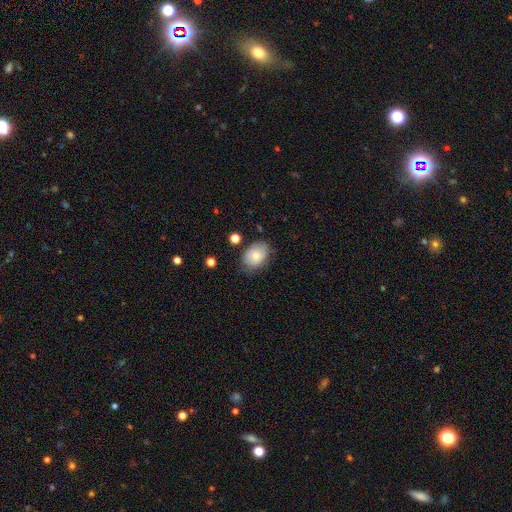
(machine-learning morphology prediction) smooth_or_featured: smooth (p=0.77) [alt: featured or disk p=0.16]
how_rounded: in between (p=0.75) [alt: round p=0.24]
merging: none (p=0.69) [alt: minor disturbance p=0.23]